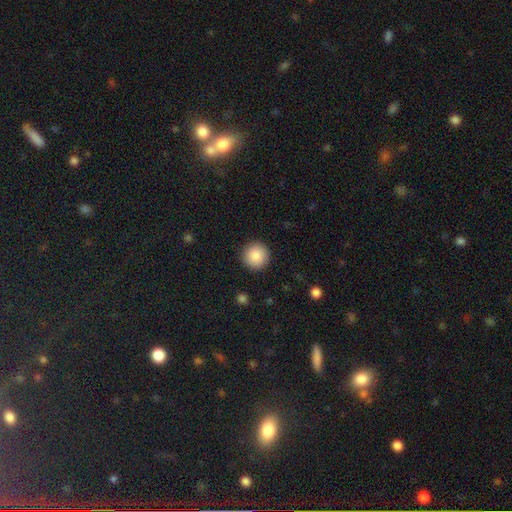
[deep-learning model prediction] The model was most divided on "smooth or featured": smooth: 87%, star or artifact: 8%, featured or disk: 4%. More confident: how rounded — round (96%); merging — none (92%).